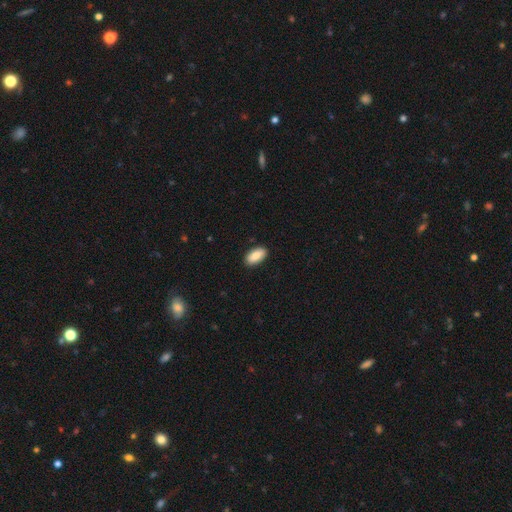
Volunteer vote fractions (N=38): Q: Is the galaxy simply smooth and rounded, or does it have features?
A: smooth — 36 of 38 (95%).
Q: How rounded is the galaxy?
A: in between — 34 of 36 (94%).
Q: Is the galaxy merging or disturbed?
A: none — 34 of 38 (89%).